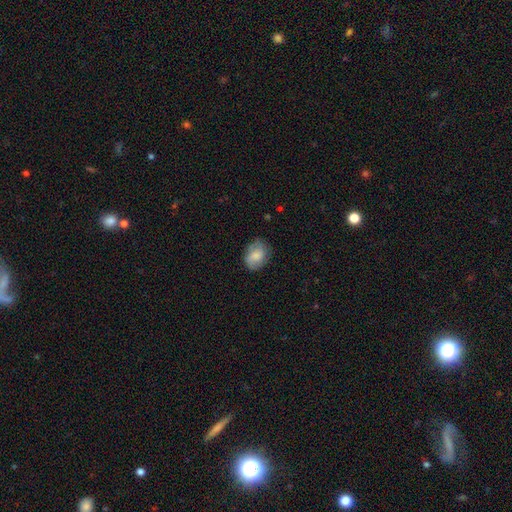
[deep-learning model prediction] smooth_or_featured: smooth (p=0.74) [alt: featured or disk p=0.19]
how_rounded: in between (p=0.67) [alt: round p=0.32]
merging: none (p=0.71) [alt: minor disturbance p=0.22]